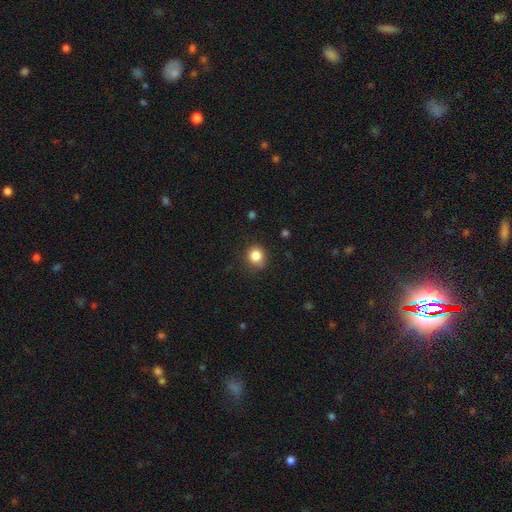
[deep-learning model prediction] A smooth galaxy with no disk features (84%) that is round (77%). Merging: none (77%).